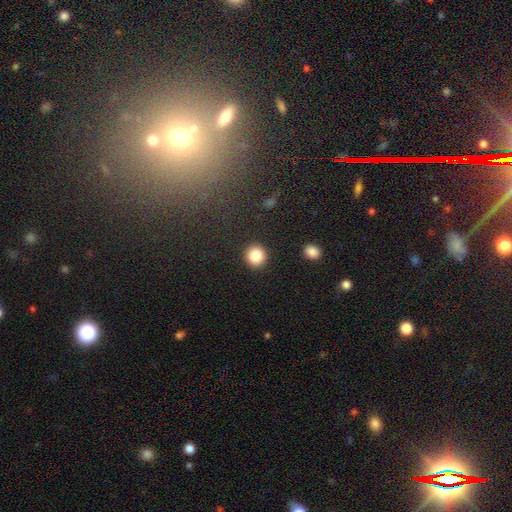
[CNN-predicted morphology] Smooth or featured?
  - smooth: 86% *
  - star or artifact: 10%
  - featured or disk: 4%
How rounded?
  - round: 92% *
  - in between: 7%
  - cigar-shaped: 1%
Merging?
  - none: 91% *
  - minor disturbance: 5%
  - major disturbance: 2%
  - merger: 1%